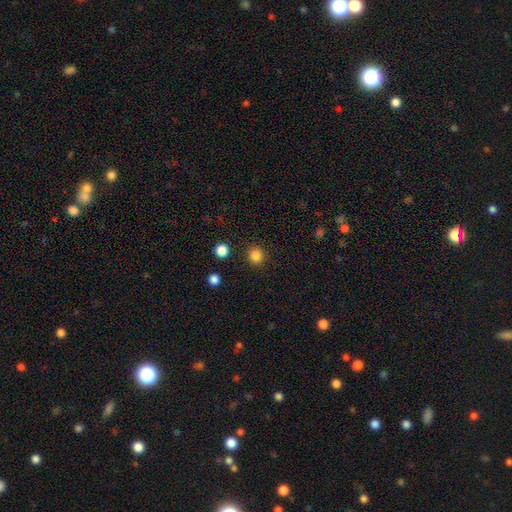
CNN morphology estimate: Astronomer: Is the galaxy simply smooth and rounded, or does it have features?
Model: smooth — 84%.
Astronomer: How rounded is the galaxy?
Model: round — 93%.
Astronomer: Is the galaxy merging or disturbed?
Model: none — 92%.